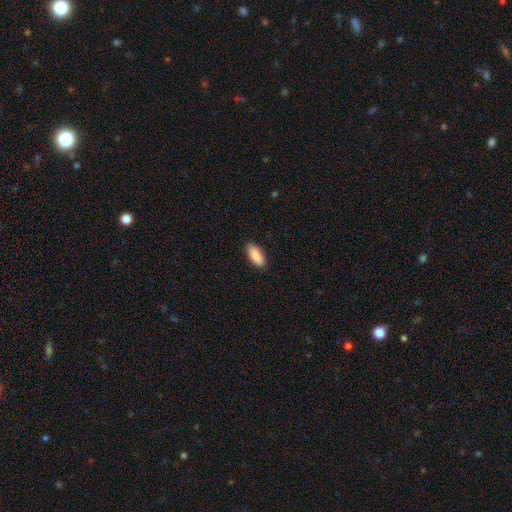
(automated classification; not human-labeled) Morphology: type=smooth (91%); roundness=in between (83%); merging=none (88%).